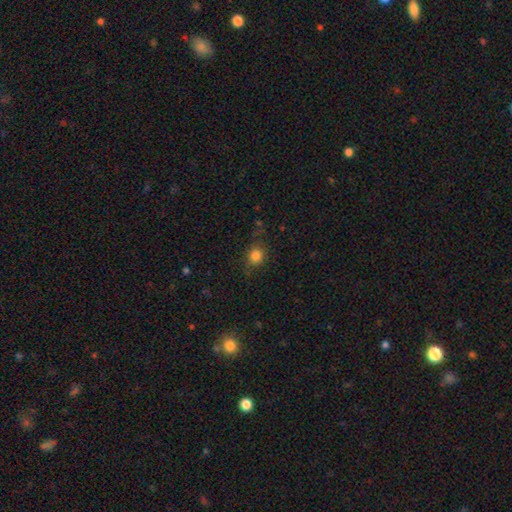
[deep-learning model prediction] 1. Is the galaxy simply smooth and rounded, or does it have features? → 81% smooth, 12% star or artifact, 7% featured or disk.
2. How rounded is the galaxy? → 70% round, 29% in between, 1% cigar-shaped.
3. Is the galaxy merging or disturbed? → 76% none, 17% minor disturbance, 6% major disturbance, 1% merger.